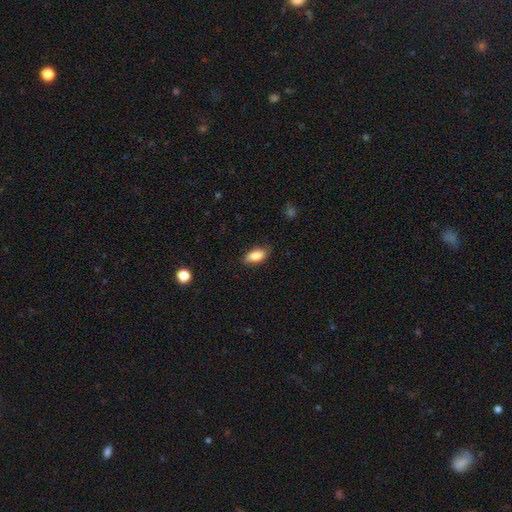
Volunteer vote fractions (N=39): Smooth or featured: smooth — 92% (star or artifact — 5%)
How rounded: in between — 92% (cigar-shaped — 8%)
Merging: none — 76% (minor disturbance — 22%)